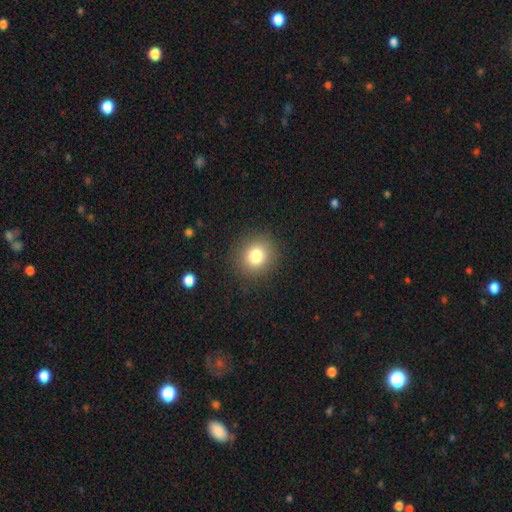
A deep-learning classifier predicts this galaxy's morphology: A smooth galaxy with no disk features (80%) that is round (83%).

Vote fractions:
- Smooth or featured? smooth: 80% / star or artifact: 12% / featured or disk: 8%
- How rounded? round: 83% / in between: 16% / cigar-shaped: 1%
- Merging? none: 89% / minor disturbance: 7% / major disturbance: 3% / merger: 1%